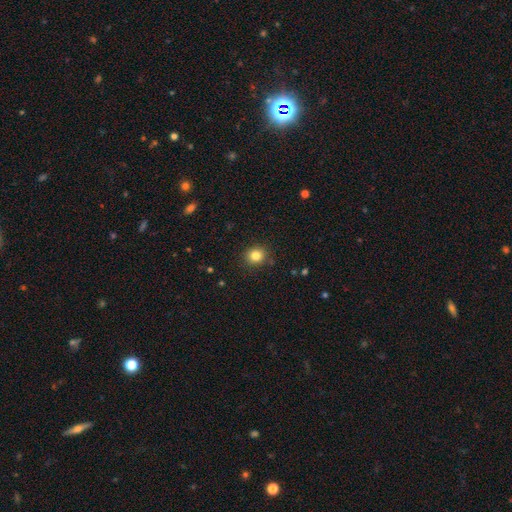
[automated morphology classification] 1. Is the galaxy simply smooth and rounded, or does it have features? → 83% smooth, 12% star or artifact, 6% featured or disk.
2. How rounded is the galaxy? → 81% round, 18% in between, 1% cigar-shaped.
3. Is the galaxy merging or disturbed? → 89% none, 8% minor disturbance, 2% major disturbance, 1% merger.